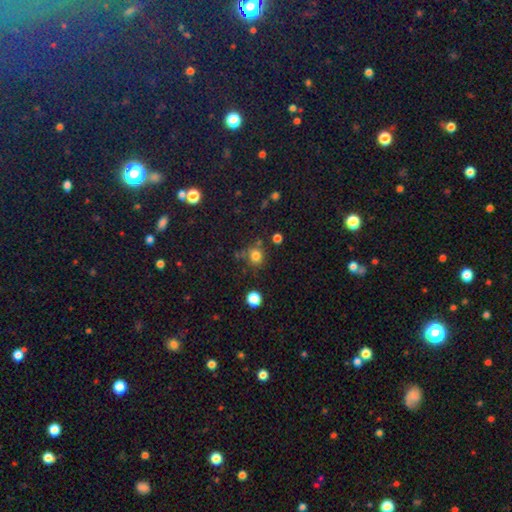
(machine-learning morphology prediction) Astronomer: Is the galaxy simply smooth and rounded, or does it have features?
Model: smooth — 79%.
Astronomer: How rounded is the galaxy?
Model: round — 82%.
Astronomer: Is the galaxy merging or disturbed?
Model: none — 69%.